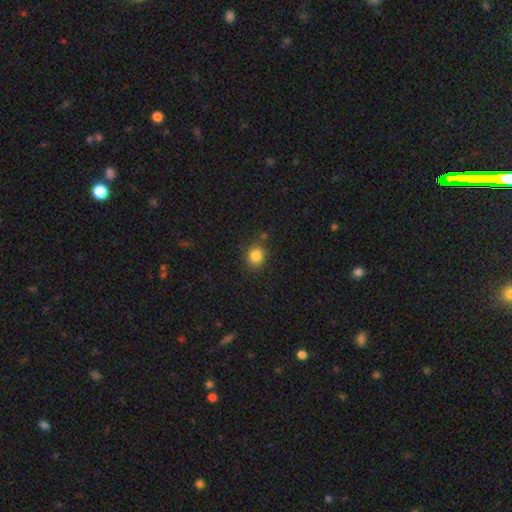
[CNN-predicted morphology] smooth-or-featured: smooth: 84% | star or artifact: 11% | featured or disk: 5%
  how-rounded: round: 81% | in between: 18% | cigar-shaped: 1%
  merging: none: 84% | minor disturbance: 10% | merger: 3% | major disturbance: 3%